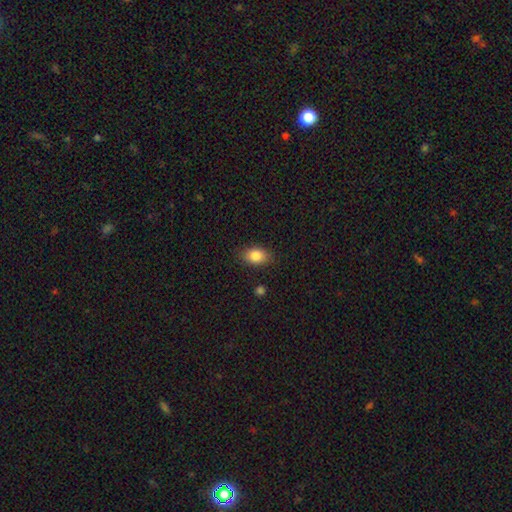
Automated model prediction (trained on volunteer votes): A smooth galaxy with no disk features (84%) that is in between round and cigar-shaped (82%). Merging: none (85%).